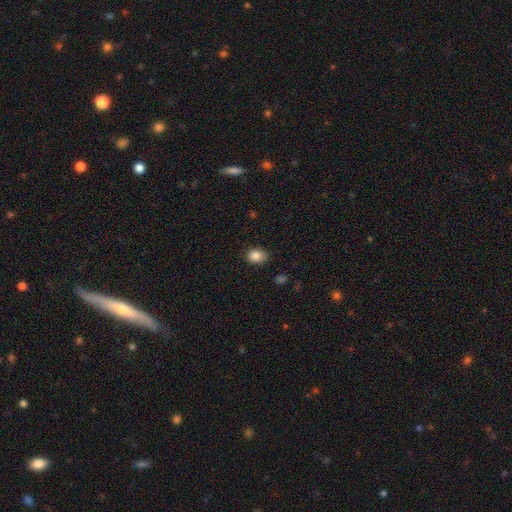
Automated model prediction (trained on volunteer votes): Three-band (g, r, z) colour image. It shows a smooth galaxy with no disk features (86%) that is in between round and cigar-shaped (56%). Merging: none (80%).